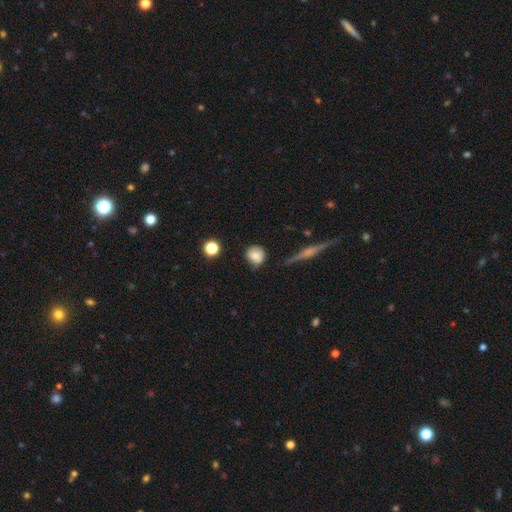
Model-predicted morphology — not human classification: smooth 78%, featured or disk 13%, star or artifact 9%. Down the decision tree: how rounded — round (81%); merging — none (69%).